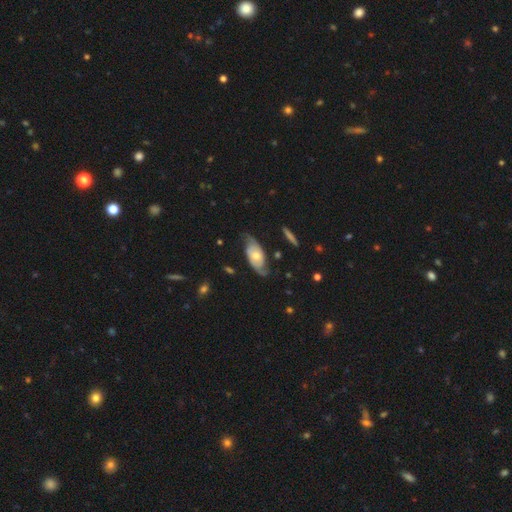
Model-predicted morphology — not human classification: Smooth or featured?
  - featured or disk: 75% *
  - smooth: 19%
  - star or artifact: 6%
Edge-on disk?
  - no: 92% *
  - yes: 8%
Bar?
  - no: 70% *
  - weak: 24%
  - strong: 6%
Spiral arms?
  - yes: 91% *
  - no: 9%
Spiral winding?
  - medium: 39% *
  - tight: 31%
  - loose: 30%
Spiral arm count?
  - 2: 85% *
  - can't tell: 9%
  - 1: 3%
  - 3: 1%
  - 4: 1%
  - more than 4: 1%
Bulge size?
  - moderate: 55% *
  - small: 36%
  - large: 5%
  - none: 2%
  - dominant: 1%
Merging?
  - none: 67% *
  - minor disturbance: 22%
  - major disturbance: 9%
  - merger: 2%